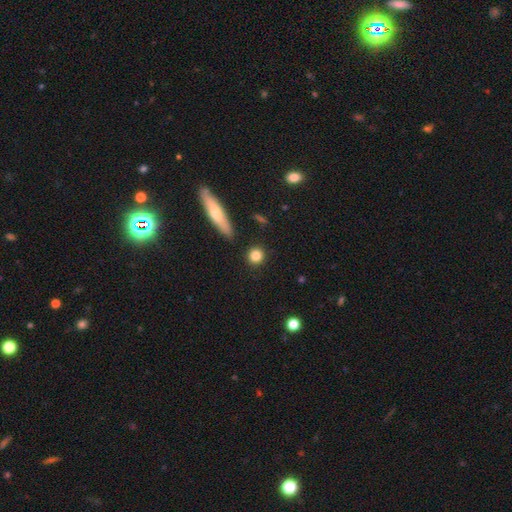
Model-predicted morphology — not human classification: smooth 83%, star or artifact 9%, featured or disk 8%. Down the decision tree: how rounded — round (89%); merging — none (90%).